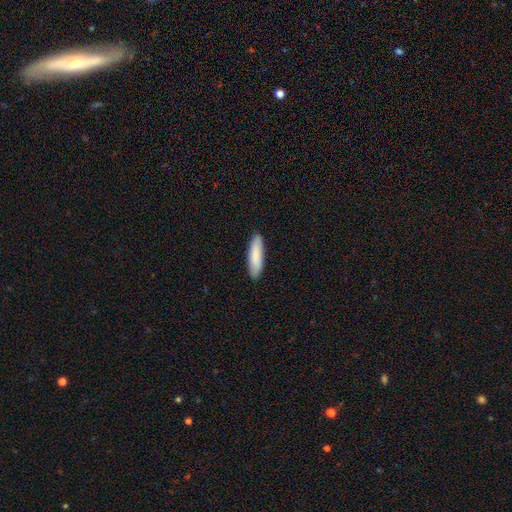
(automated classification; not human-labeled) This appears to be a smooth galaxy with no disk features (87%) that is cigar-shaped (68%). Merging: none (90%).